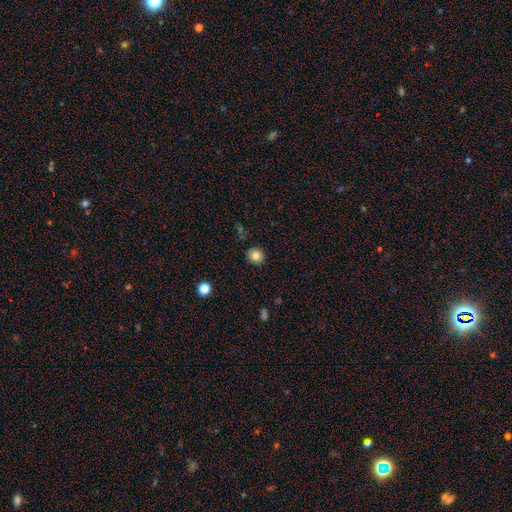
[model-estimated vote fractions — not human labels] smooth-or-featured: smooth: 82% | star or artifact: 10% | featured or disk: 8%
  how-rounded: round: 86% | in between: 13% | cigar-shaped: 1%
  merging: none: 89% | minor disturbance: 8% | major disturbance: 2% | merger: 1%